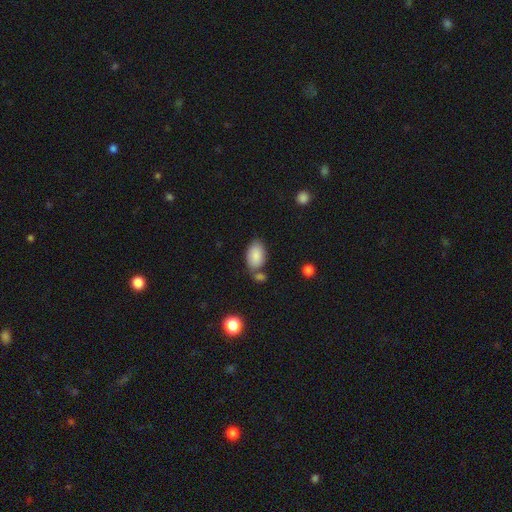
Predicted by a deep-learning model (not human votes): Smooth or featured? smooth (85%)
How rounded? in between (93%)
Merging? none (59%)